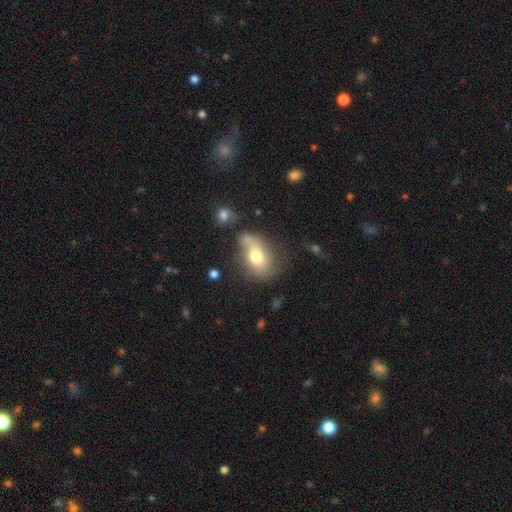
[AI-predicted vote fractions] Overall: smooth (65%). How rounded: in between (71%). Merging: none (42%; minor disturbance 26%).